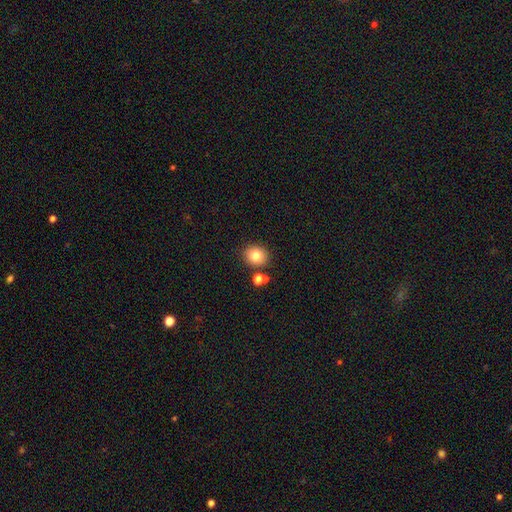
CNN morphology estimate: Smooth or featured?
  - smooth: 81% *
  - star or artifact: 11%
  - featured or disk: 8%
How rounded?
  - round: 77% *
  - in between: 22%
  - cigar-shaped: 1%
Merging?
  - none: 81% *
  - minor disturbance: 9%
  - merger: 8%
  - major disturbance: 2%